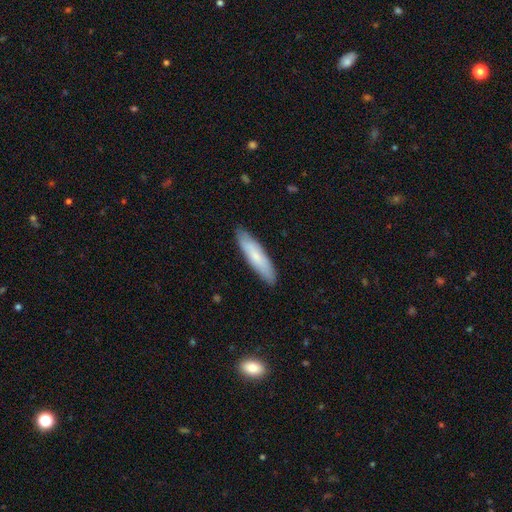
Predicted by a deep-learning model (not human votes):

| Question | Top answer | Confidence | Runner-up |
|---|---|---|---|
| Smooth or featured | smooth | 73% | featured or disk (21%) |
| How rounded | cigar-shaped | 77% | in between (21%) |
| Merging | none | 88% | minor disturbance (10%) |